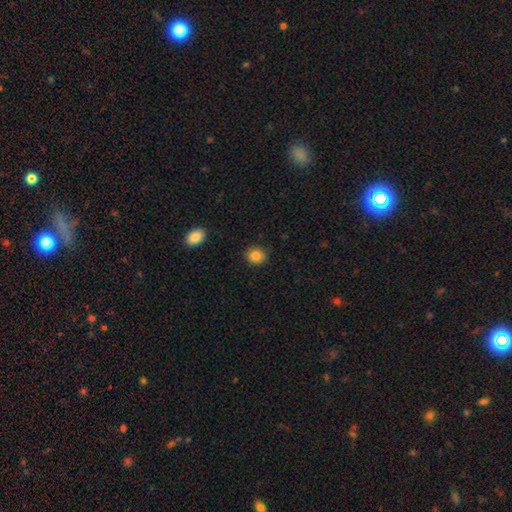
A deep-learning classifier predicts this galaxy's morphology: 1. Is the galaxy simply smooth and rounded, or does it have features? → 85% smooth, 10% star or artifact, 5% featured or disk.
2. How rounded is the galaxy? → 81% round, 18% in between, 1% cigar-shaped.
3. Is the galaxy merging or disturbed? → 88% none, 8% minor disturbance, 2% major disturbance, 1% merger.